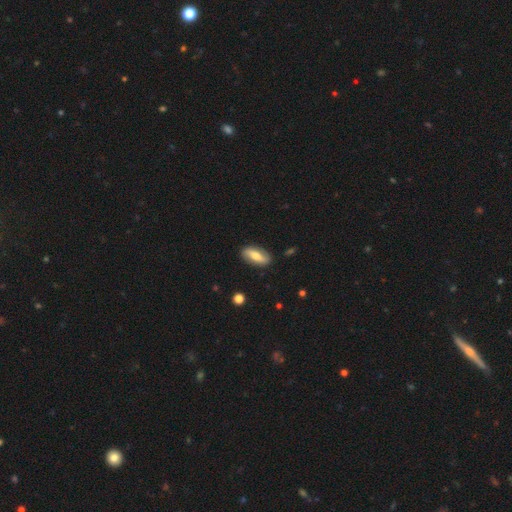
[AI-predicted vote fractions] A featured or disk galaxy (48%). Merging: none (86%).